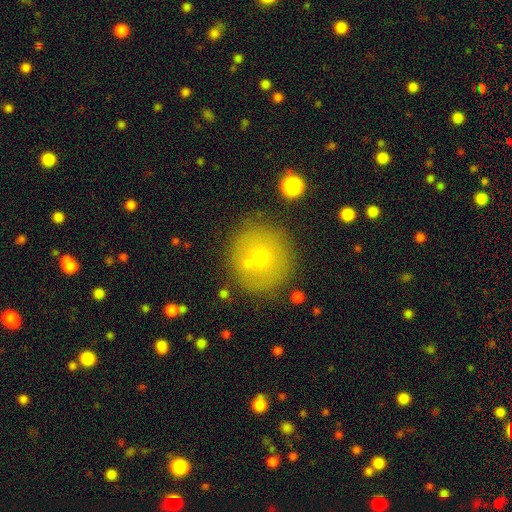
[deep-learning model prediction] Morphology: type=smooth (58%); roundness=round (94%); merging=none (84%).